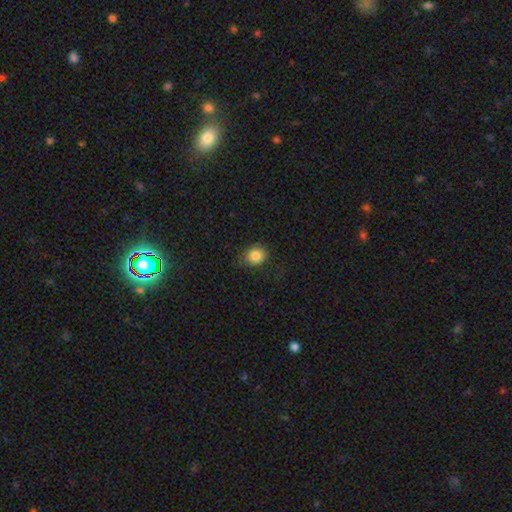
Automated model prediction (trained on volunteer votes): Smooth or featured: smooth — 83% (star or artifact — 11%)
How rounded: round — 73% (in between — 26%)
Merging: none — 74% (minor disturbance — 19%)